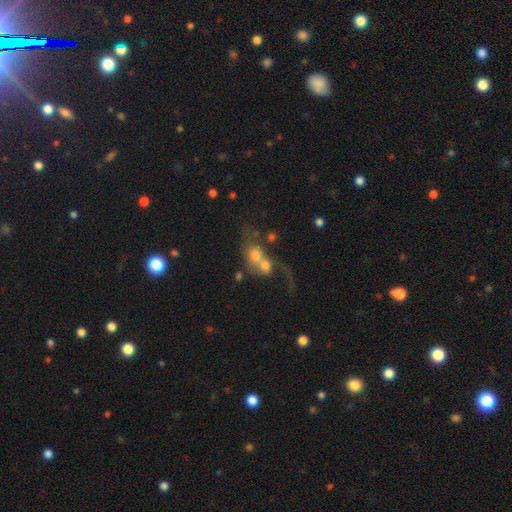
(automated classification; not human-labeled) This appears to be a smooth galaxy with no disk features (57%) that is round (60%). Merging: merger (74%).